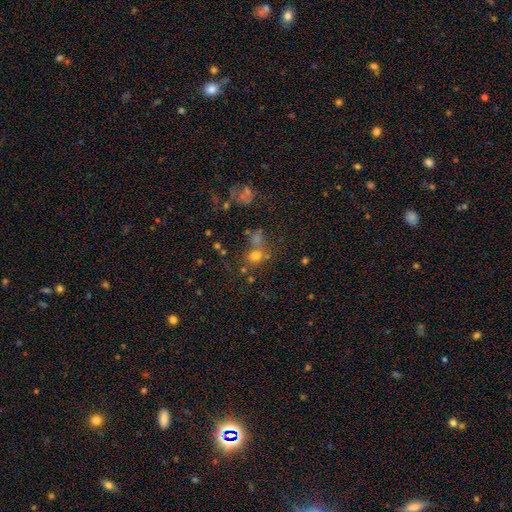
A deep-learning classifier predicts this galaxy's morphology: This is likely a smooth galaxy (65%). How rounded: likely round (78%). Merging: possibly none (57%).